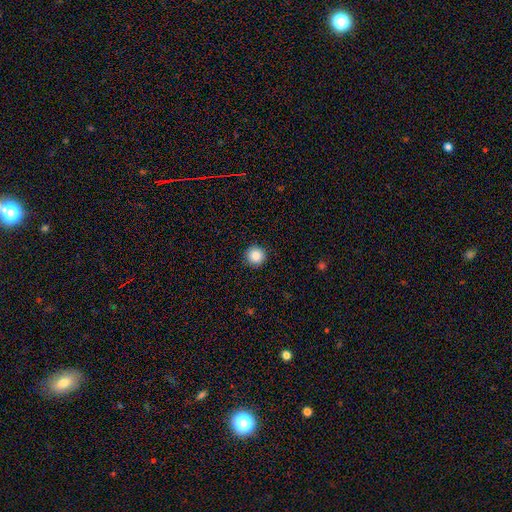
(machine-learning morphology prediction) Q: Smooth or featured?
A: smooth (88%); runner-up: star or artifact (9%)
Q: How rounded?
A: round (95%); runner-up: in between (4%)
Q: Merging?
A: none (92%); runner-up: minor disturbance (5%)